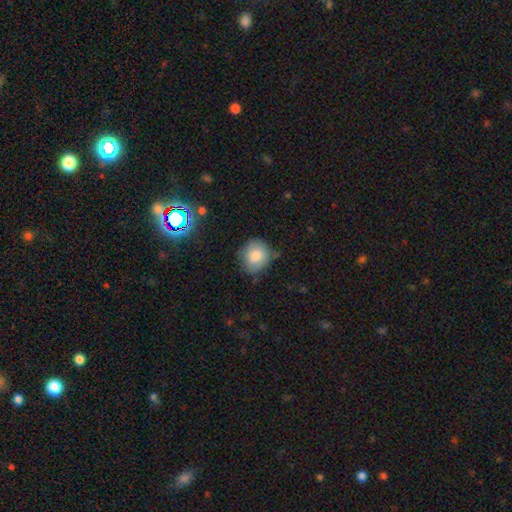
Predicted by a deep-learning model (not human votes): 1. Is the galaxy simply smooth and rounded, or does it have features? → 81% smooth, 10% featured or disk, 9% star or artifact.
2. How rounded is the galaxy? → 85% round, 14% in between, 1% cigar-shaped.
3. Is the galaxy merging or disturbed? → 73% none, 20% minor disturbance, 4% major disturbance, 3% merger.